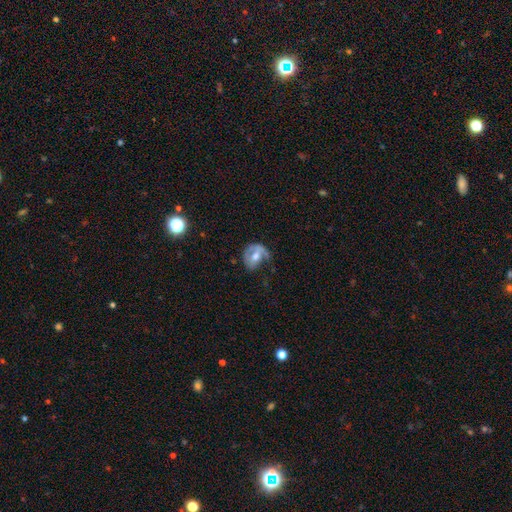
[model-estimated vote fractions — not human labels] This is possibly a featured or disk galaxy (55%). It is clearly not viewed edge-on (96%). Bar: possibly no (53%). Spiral arm pattern: possibly yes (55%). Central bulge: likely moderate (68%). Merging: marginally none (36%).